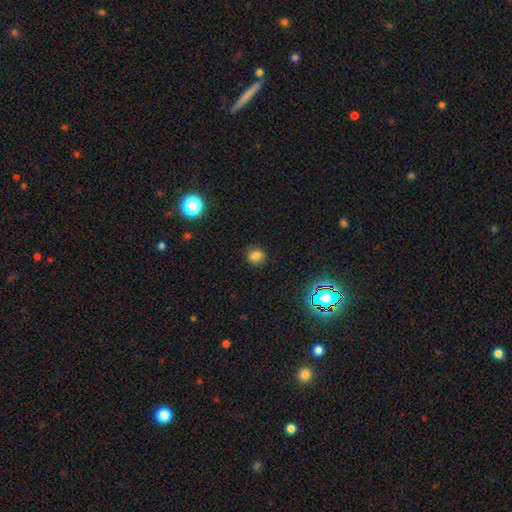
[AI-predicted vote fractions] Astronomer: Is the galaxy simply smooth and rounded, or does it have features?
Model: smooth — 78%.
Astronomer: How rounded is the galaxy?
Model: round — 73%.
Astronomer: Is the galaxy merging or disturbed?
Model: none — 86%.